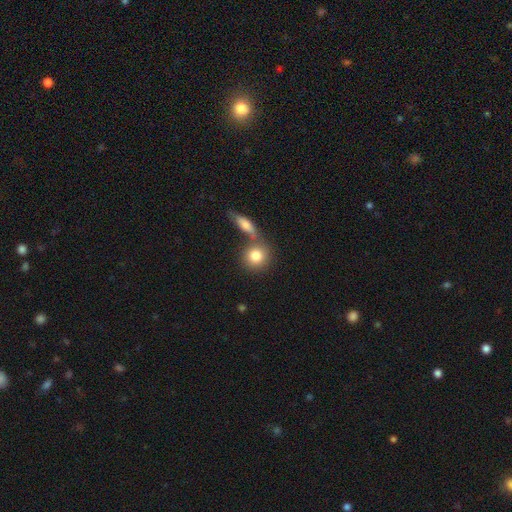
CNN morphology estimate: Smooth or featured: smooth — 81% (featured or disk — 11%)
How rounded: round — 83% (in between — 15%)
Merging: none — 54% (merger — 33%)